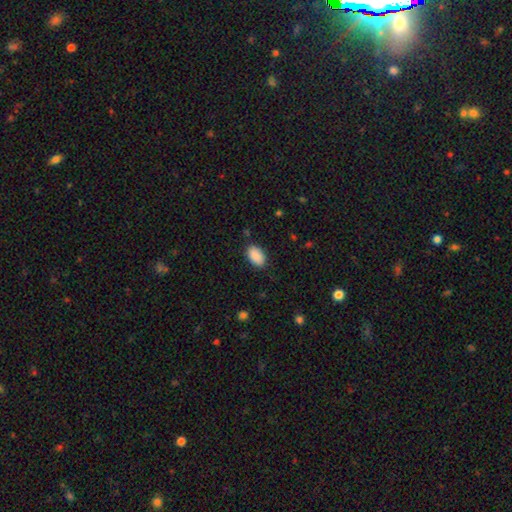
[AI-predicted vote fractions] smooth-or-featured: smooth: 90% | star or artifact: 7% | featured or disk: 3%
  how-rounded: in between: 92% | round: 7% | cigar-shaped: 1%
  merging: none: 85% | minor disturbance: 11% | major disturbance: 3% | merger: 1%